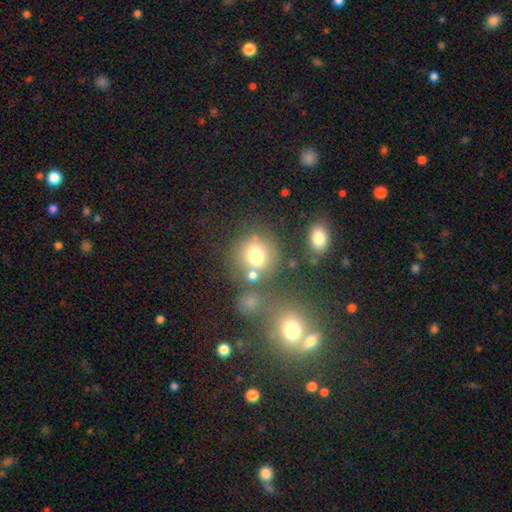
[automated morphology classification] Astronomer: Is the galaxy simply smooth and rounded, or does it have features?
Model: smooth — 71%.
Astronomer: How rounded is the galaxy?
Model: round — 84%.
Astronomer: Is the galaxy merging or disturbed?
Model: none — 62%.